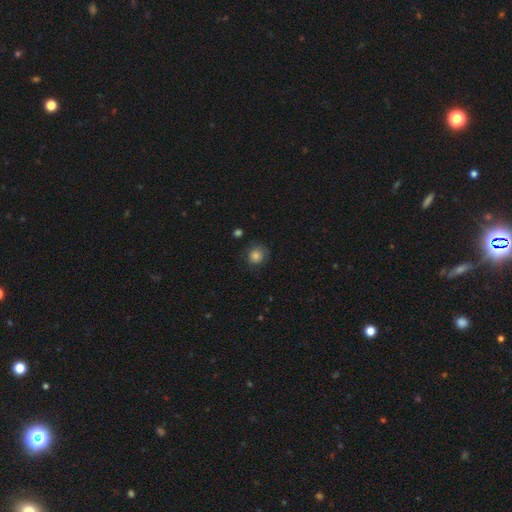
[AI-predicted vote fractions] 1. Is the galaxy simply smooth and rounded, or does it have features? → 81% smooth, 11% star or artifact, 8% featured or disk.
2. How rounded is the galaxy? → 85% round, 15% in between, 1% cigar-shaped.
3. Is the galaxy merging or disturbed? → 75% none, 18% minor disturbance, 6% major disturbance, 2% merger.